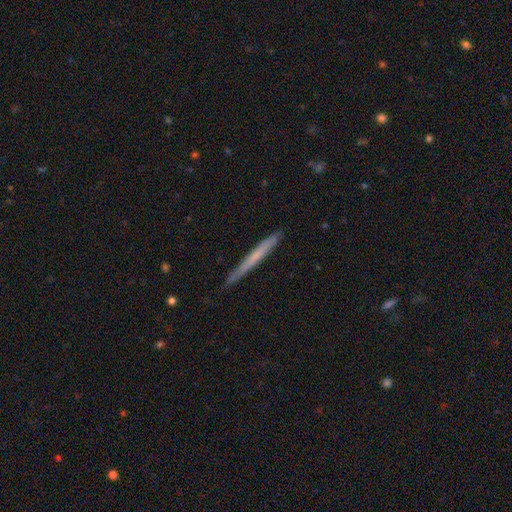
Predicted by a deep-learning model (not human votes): Overall: smooth (55%; featured or disk 39%). How rounded: cigar-shaped (97%). Merging: none (88%).